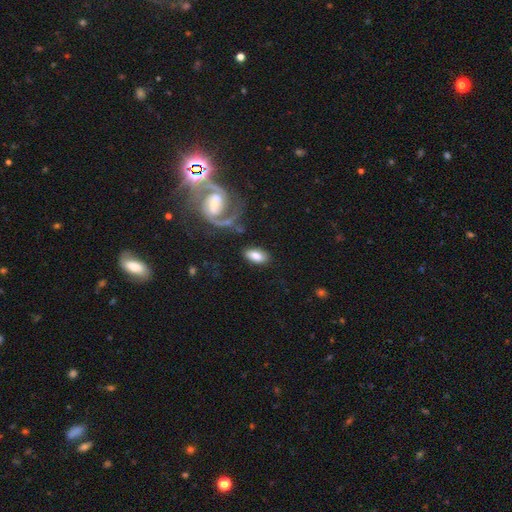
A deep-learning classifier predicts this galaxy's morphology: This appears to be a smooth galaxy with no disk features (74%) that is in between round and cigar-shaped (91%). Merging: none (76%).